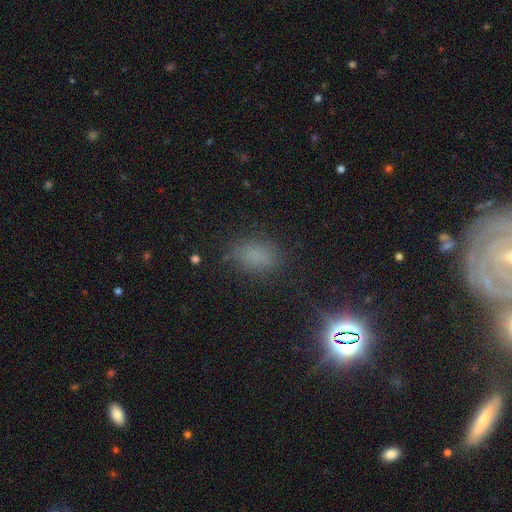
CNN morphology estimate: smooth-or-featured: smooth: 67% | star or artifact: 26% | featured or disk: 7%
  how-rounded: in between: 78% | round: 20% | cigar-shaped: 2%
  merging: none: 77% | minor disturbance: 15% | major disturbance: 6% | merger: 2%